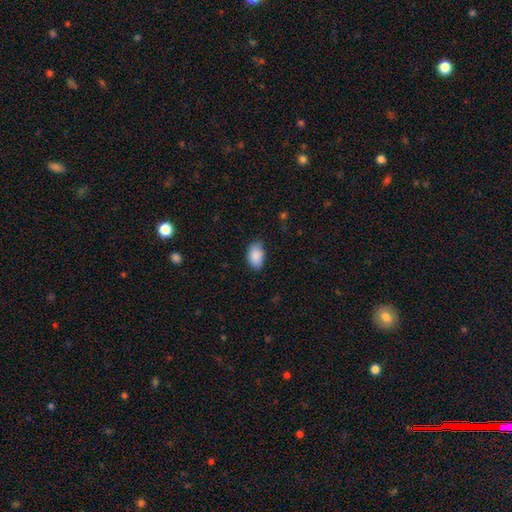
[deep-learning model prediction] Smooth or featured?
  - smooth: 89% *
  - star or artifact: 7%
  - featured or disk: 4%
How rounded?
  - in between: 91% *
  - round: 7%
  - cigar-shaped: 1%
Merging?
  - none: 74% *
  - minor disturbance: 21%
  - major disturbance: 3%
  - merger: 1%